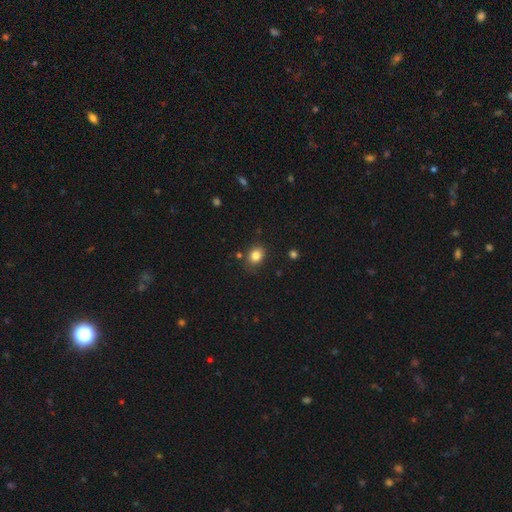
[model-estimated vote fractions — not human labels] smooth-or-featured: smooth: 83% | star or artifact: 11% | featured or disk: 6%
  how-rounded: round: 53% | in between: 46% | cigar-shaped: 1%
  merging: none: 80% | minor disturbance: 13% | merger: 4% | major disturbance: 3%